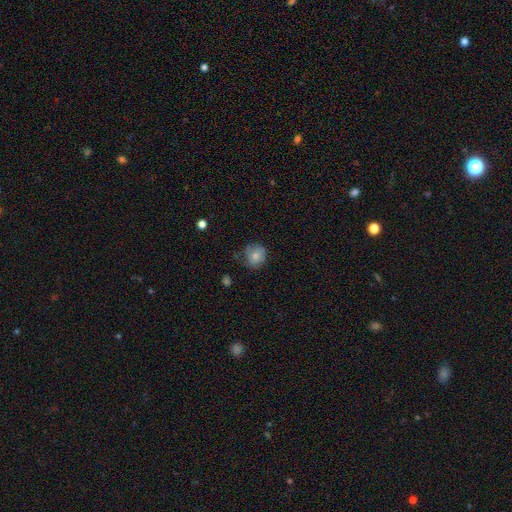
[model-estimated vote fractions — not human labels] This is likely a smooth galaxy (74%). How rounded: clearly round (81%). Merging: likely none (63%).